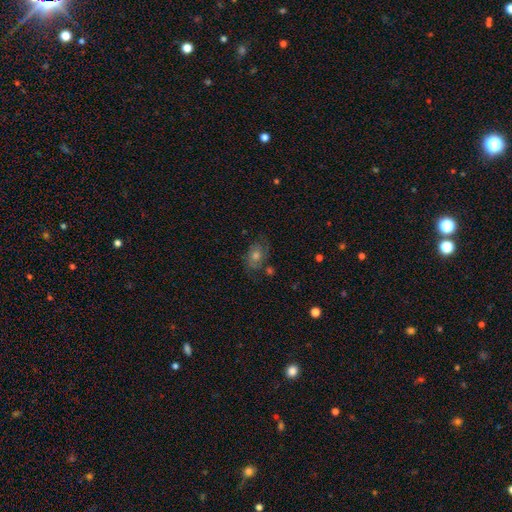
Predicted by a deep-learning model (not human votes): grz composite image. It shows a featured or disk galaxy (41%). Merging: none (72%).